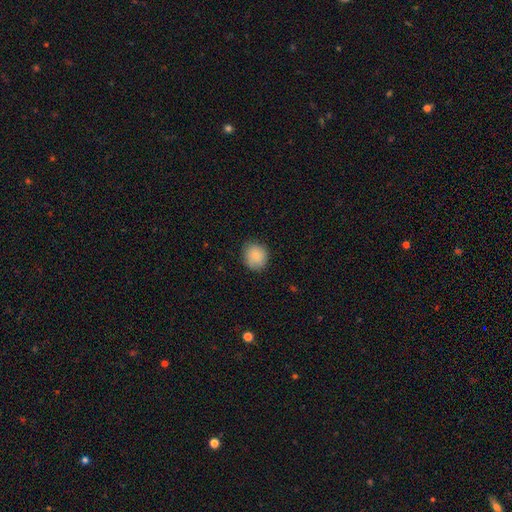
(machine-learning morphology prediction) This appears to be a smooth galaxy with no disk features (86%) that is round (82%). Merging: none (86%).